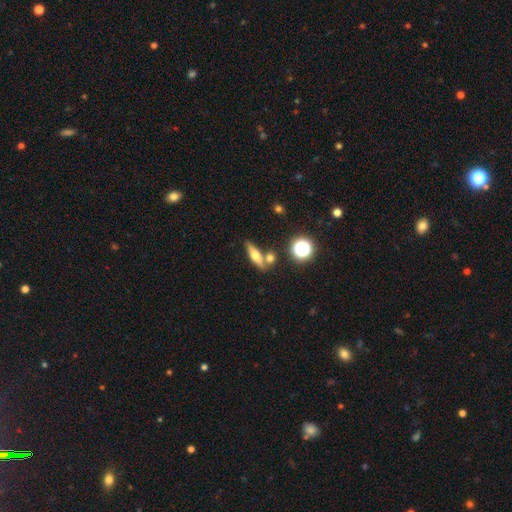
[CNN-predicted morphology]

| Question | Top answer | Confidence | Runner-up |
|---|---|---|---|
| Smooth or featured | smooth | 50% | featured or disk (39%) |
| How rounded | cigar-shaped | 50% | in between (39%) |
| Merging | none | 67% | merger (19%) |